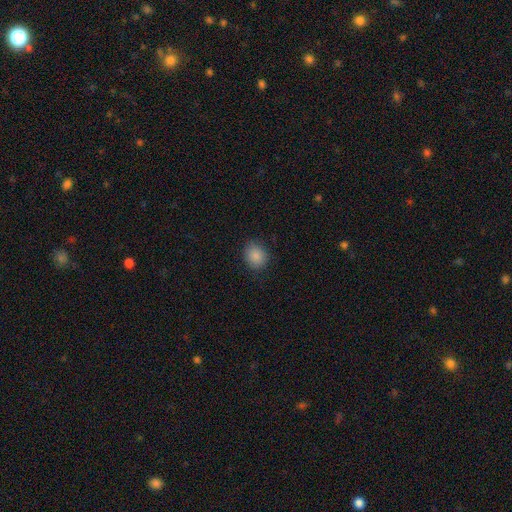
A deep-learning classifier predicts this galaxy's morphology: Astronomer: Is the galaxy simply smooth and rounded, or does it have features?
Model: smooth — 87%.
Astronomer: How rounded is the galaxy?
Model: round — 63%.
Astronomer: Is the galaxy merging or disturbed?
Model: none — 84%.